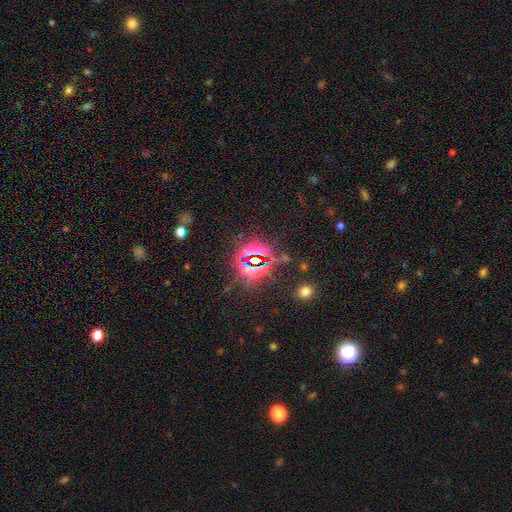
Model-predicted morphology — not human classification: The model was most divided on "smooth or featured": star or artifact: 80%, smooth: 12%, featured or disk: 8%.